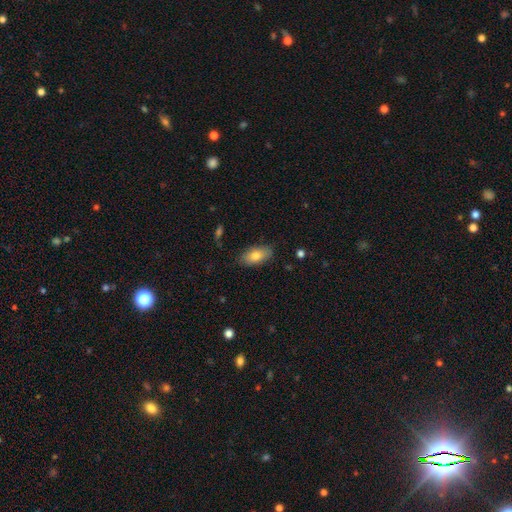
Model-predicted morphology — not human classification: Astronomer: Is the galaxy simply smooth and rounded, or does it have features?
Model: smooth — 79%.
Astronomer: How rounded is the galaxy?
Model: in between — 91%.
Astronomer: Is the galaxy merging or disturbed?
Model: none — 84%.